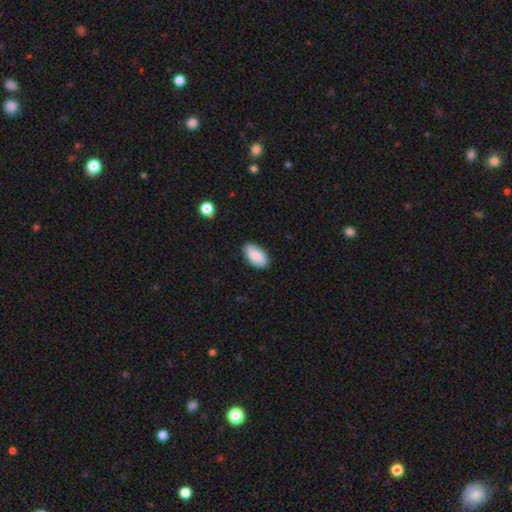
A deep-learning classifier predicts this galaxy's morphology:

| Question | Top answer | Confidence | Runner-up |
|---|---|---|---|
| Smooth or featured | smooth | 82% | featured or disk (11%) |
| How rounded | in between | 94% | round (3%) |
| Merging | none | 82% | minor disturbance (14%) |